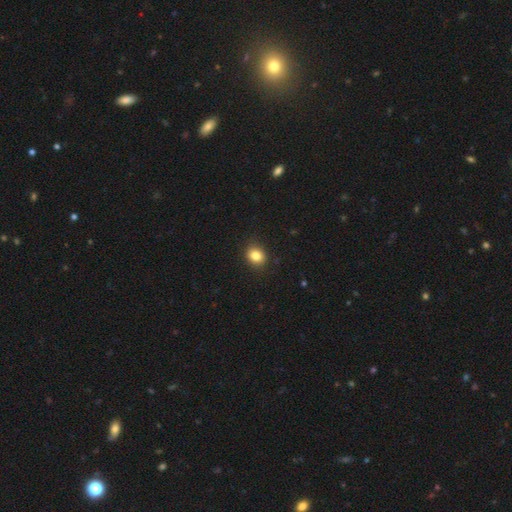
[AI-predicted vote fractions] Morphology: type=smooth (84%); roundness=round (66%); merging=none (88%).